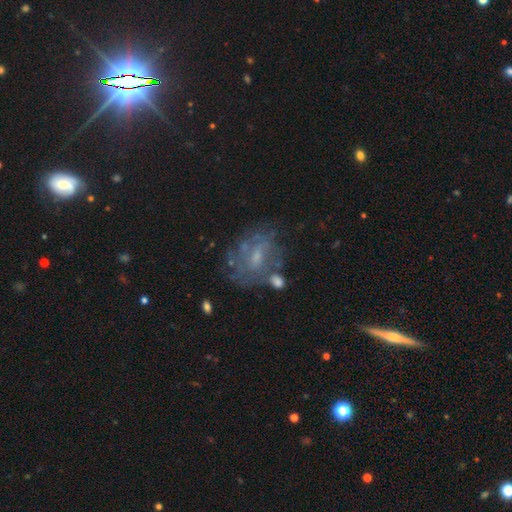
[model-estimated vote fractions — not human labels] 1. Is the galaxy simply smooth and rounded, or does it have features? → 64% featured or disk, 23% smooth, 13% star or artifact.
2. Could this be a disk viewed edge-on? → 96% no, 4% yes.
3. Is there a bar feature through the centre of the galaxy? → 47% no, 45% weak, 9% strong.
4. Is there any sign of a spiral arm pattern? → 59% yes, 41% no.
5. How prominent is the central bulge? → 53% small, 32% moderate, 12% none, 2% large, 1% dominant.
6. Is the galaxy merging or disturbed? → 56% none, 20% minor disturbance, 14% major disturbance, 9% merger.